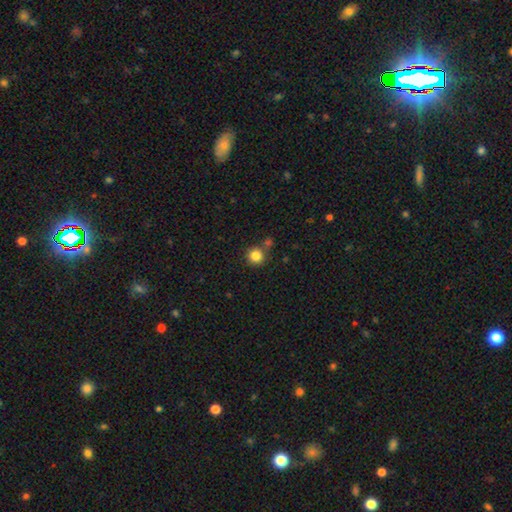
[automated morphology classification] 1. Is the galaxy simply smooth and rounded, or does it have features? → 84% smooth, 11% star or artifact, 5% featured or disk.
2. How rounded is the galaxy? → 93% round, 6% in between, 1% cigar-shaped.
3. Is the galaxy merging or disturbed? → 72% none, 15% merger, 9% minor disturbance, 3% major disturbance.